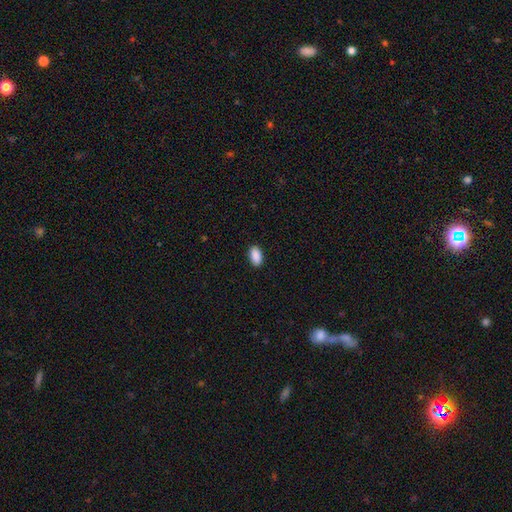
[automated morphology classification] Smooth or featured? Predicted: smooth (p=0.91). How rounded? Predicted: in between (p=0.94). Merging? Predicted: none (p=0.90).